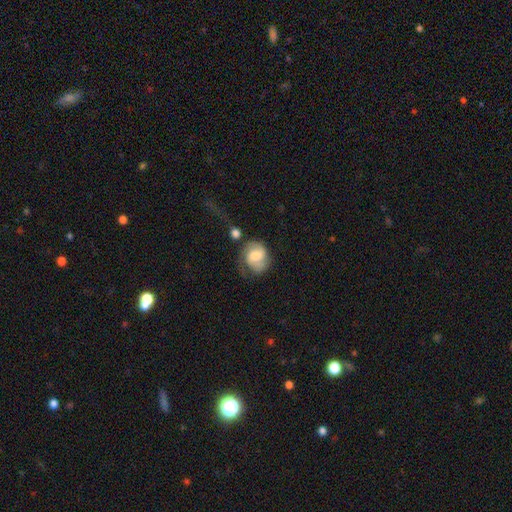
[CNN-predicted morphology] Overall: featured or disk (52%; smooth 40%). Edge-on disk: no (97%). Bar: no (50%; weak 41%). Spiral arms: yes (87%). Bulge size: moderate (51%; small 21%). Merging: none (45%; minor disturbance 23%).